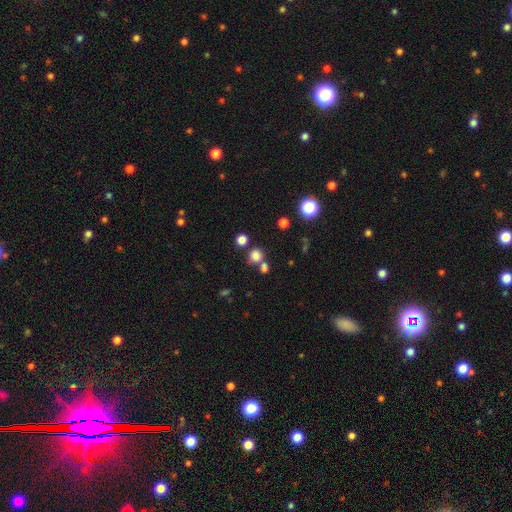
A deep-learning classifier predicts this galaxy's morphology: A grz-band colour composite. It shows a smooth galaxy with no disk features (77%) that is round (85%). Merging: none (63%).